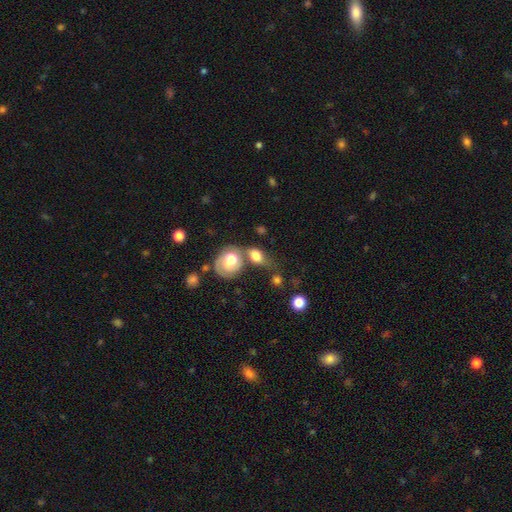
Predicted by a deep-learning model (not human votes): Smooth or featured: smooth — 71% (featured or disk — 21%)
How rounded: in between — 68% (round — 29%)
Merging: merger — 41% (none — 35%)